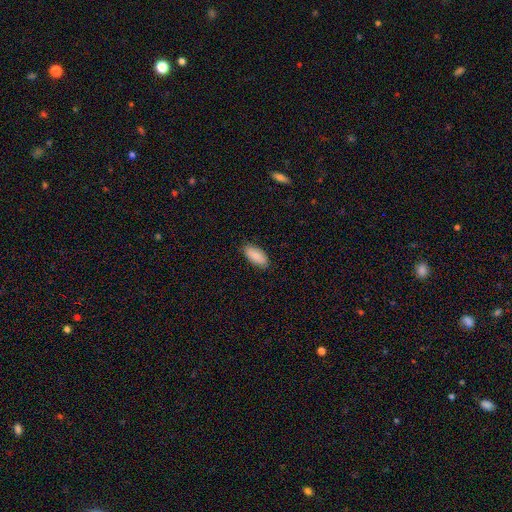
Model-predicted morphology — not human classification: smooth_or_featured: smooth (p=0.87) [alt: featured or disk p=0.07]
how_rounded: in between (p=0.91) [alt: cigar-shaped p=0.07]
merging: none (p=0.85) [alt: minor disturbance p=0.12]